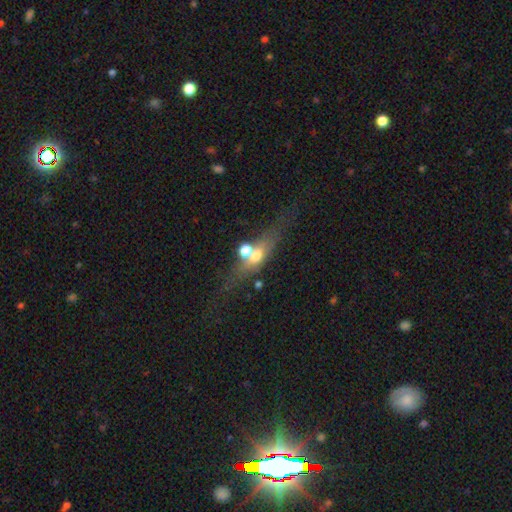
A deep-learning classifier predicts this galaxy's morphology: Smooth or featured?
  - featured or disk: 46% *
  - smooth: 40%
  - star or artifact: 14%
Merging?
  - none: 51% *
  - merger: 26%
  - minor disturbance: 13%
  - major disturbance: 9%